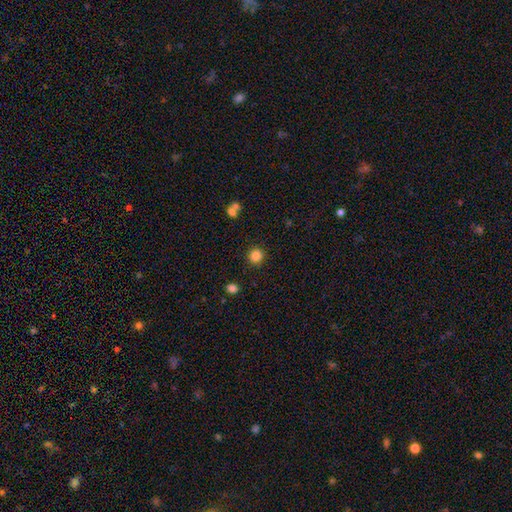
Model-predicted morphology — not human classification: The model was most divided on "smooth or featured": smooth: 85%, star or artifact: 12%, featured or disk: 3%. More confident: how rounded — round (92%); merging — none (89%).